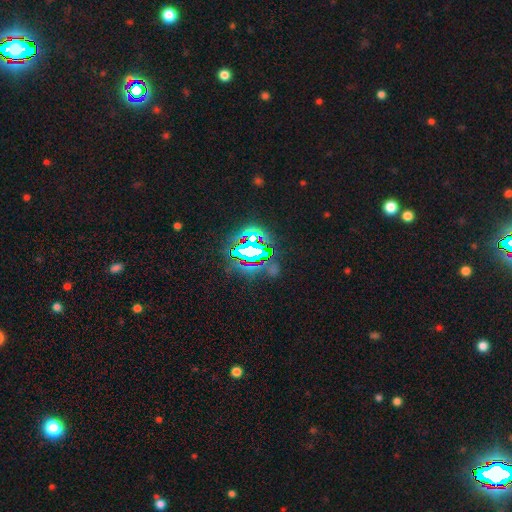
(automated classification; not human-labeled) smooth-or-featured: star or artifact: 80% | smooth: 11% | featured or disk: 8%